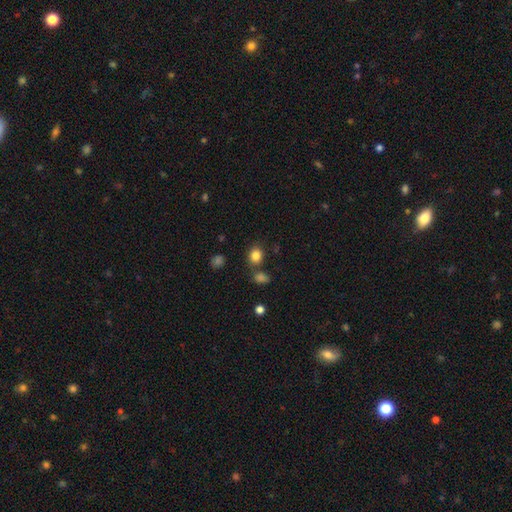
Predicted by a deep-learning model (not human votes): Overall: smooth (83%). How rounded: round (63%; in between 36%). Merging: none (73%).